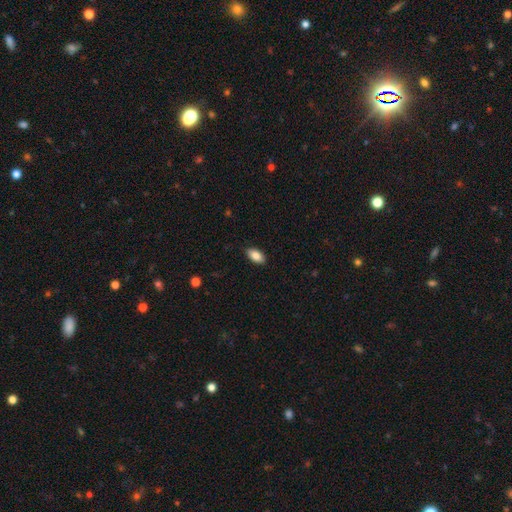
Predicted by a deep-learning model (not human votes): The model was most divided on "merging": none: 87%, minor disturbance: 10%, major disturbance: 2%, merger: 1%. More confident: how rounded — in between (93%); smooth or featured — smooth (86%).